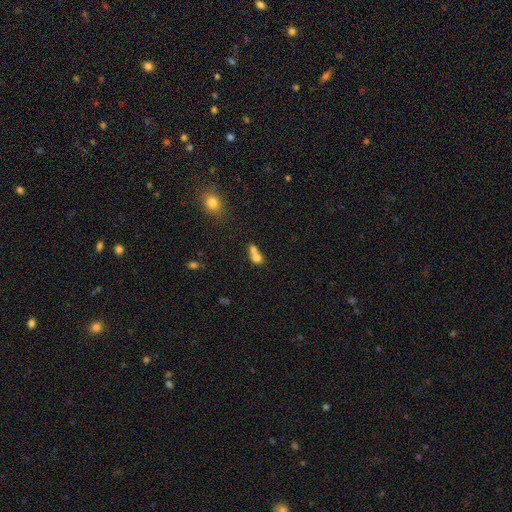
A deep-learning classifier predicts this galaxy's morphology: Smooth or featured?
  - smooth: 74% *
  - featured or disk: 15%
  - star or artifact: 11%
How rounded?
  - round: 56% *
  - in between: 42%
  - cigar-shaped: 2%
Merging?
  - merger: 69% *
  - none: 23%
  - minor disturbance: 5%
  - major disturbance: 3%